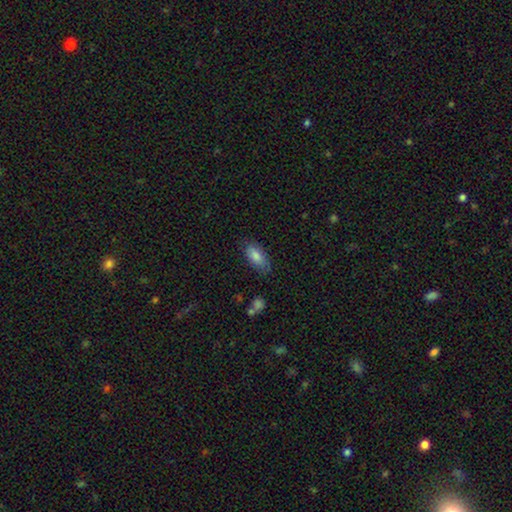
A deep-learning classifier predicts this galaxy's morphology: Q: Smooth or featured?
A: smooth (83%); runner-up: featured or disk (10%)
Q: How rounded?
A: in between (89%); runner-up: cigar-shaped (8%)
Q: Merging?
A: none (73%); runner-up: minor disturbance (21%)